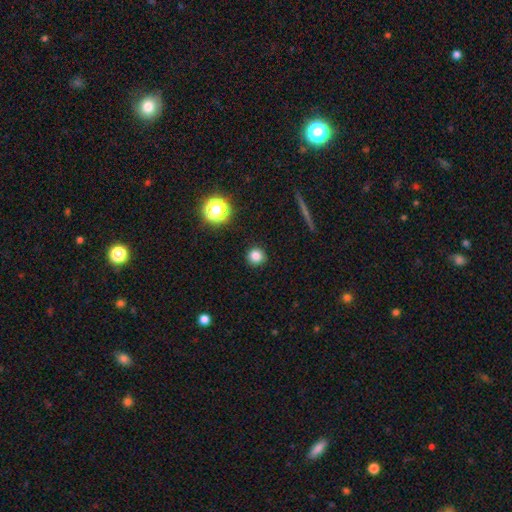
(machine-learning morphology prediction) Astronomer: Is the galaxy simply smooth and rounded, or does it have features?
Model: smooth — 82%.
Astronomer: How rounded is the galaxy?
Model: round — 93%.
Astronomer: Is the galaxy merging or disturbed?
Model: none — 90%.